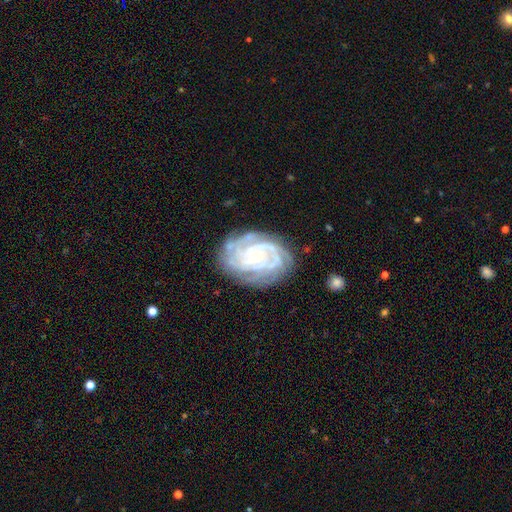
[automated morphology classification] The model was most divided on "spiral arm count": 4: 25%, can't tell: 23%, 3: 21%, 2: 15%, more than 4: 9%, 1: 6%. More confident: spiral arms — yes (97%); edge-on disk — no (97%); smooth or featured — featured or disk (88%); spiral winding — tight (79%); merging — none (77%); bulge size — small (76%); bar — no (72%).